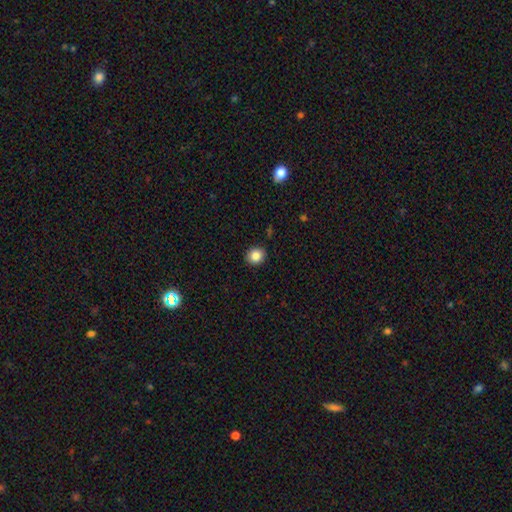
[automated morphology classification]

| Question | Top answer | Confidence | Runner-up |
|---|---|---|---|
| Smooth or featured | smooth | 85% | star or artifact (10%) |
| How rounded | round | 80% | in between (20%) |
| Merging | none | 91% | minor disturbance (6%) |